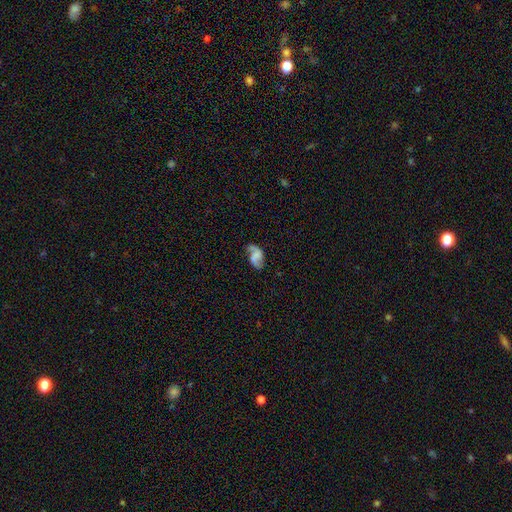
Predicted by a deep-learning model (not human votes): smooth-or-featured: featured or disk: 73% | smooth: 19% | star or artifact: 8%
  disk-edge-on: no: 98% | yes: 2%
    bar: no: 43% | weak: 40% | strong: 17%
    has-spiral-arms: yes: 93% | no: 7%
      spiral-winding: loose: 57% | medium: 33% | tight: 10%
      spiral-arm-count: 2: 88% | 1: 6% | can't tell: 3% | 3: 1% | 4: 1% | more than 4: 1%
    bulge-size: none: 64% | small: 17% | moderate: 11% | large: 7% | dominant: 2%
  merging: none: 67% | minor disturbance: 20% | major disturbance: 10% | merger: 3%